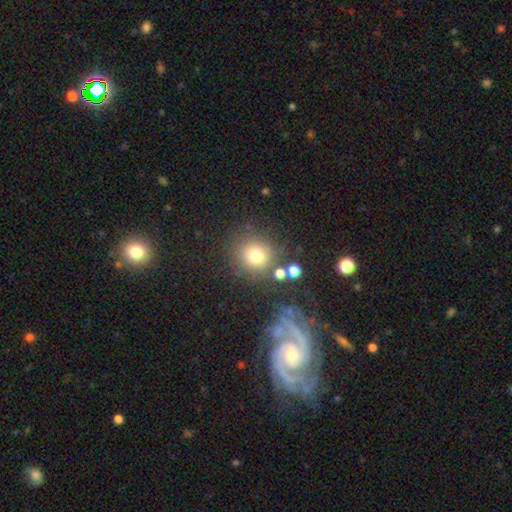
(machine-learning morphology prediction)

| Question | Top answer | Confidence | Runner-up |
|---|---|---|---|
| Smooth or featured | smooth | 75% | star or artifact (15%) |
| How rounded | round | 90% | in between (9%) |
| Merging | none | 76% | minor disturbance (11%) |